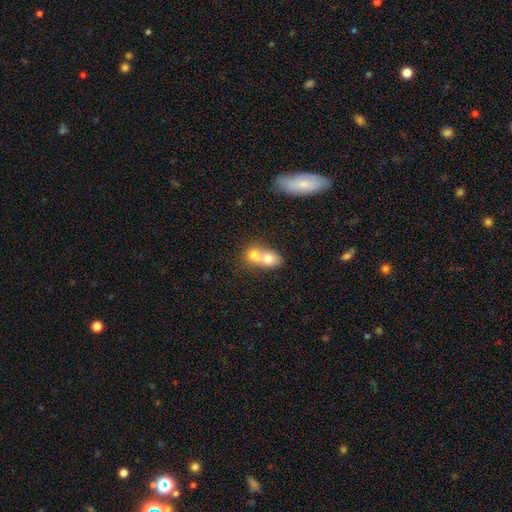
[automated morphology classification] Smooth or featured? smooth (65%)
How rounded? in between (51%)
Merging? merger (71%)